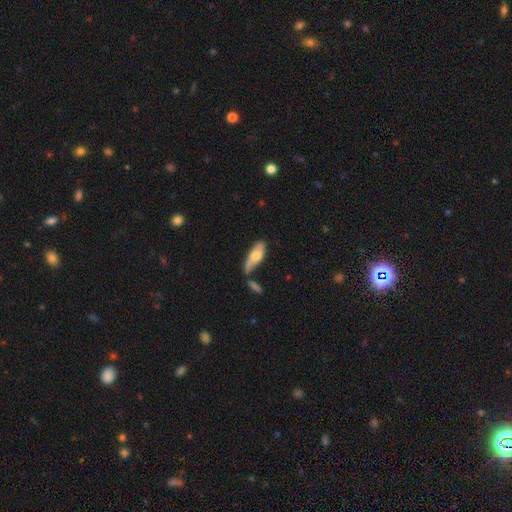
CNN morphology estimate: A smooth galaxy with no disk features (60%) that is in between round and cigar-shaped (69%). Merging: none (48%).